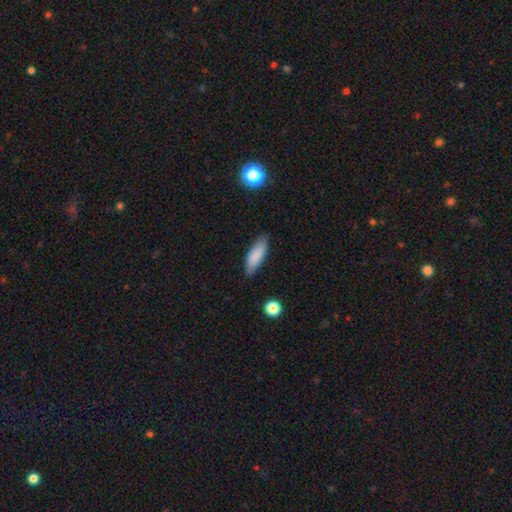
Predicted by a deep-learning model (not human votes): Smooth or featured? Predicted: smooth (p=0.85). How rounded? Predicted: in between (p=0.57). Merging? Predicted: none (p=0.82).